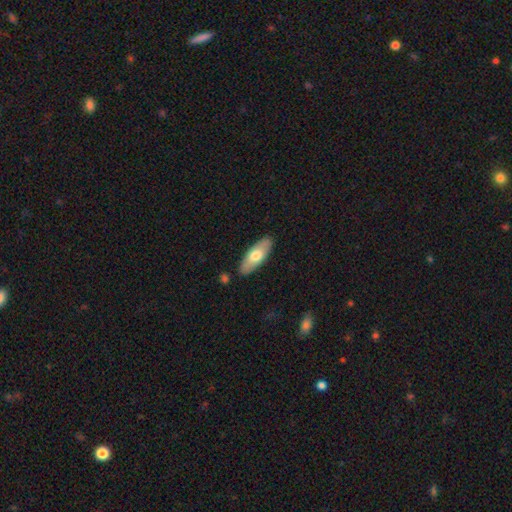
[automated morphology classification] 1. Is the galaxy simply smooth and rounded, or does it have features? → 67% smooth, 28% featured or disk, 5% star or artifact.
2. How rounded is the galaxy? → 70% in between, 28% cigar-shaped, 2% round.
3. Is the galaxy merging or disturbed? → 87% none, 9% minor disturbance, 2% merger, 2% major disturbance.